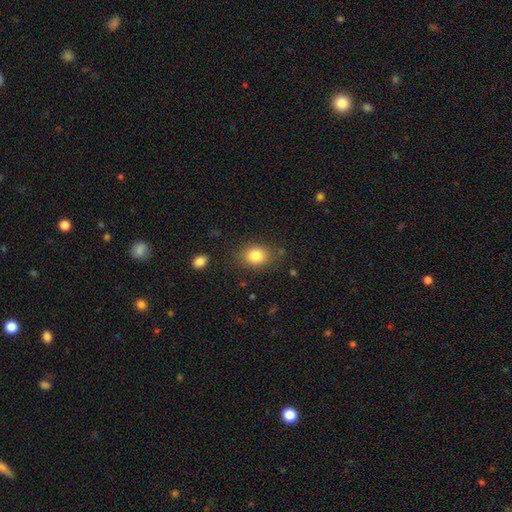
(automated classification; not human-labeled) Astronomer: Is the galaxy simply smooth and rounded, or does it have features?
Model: smooth — 83%.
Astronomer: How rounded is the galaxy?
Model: in between — 55% (runner-up: round, 44%).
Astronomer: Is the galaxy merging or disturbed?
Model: none — 80%.